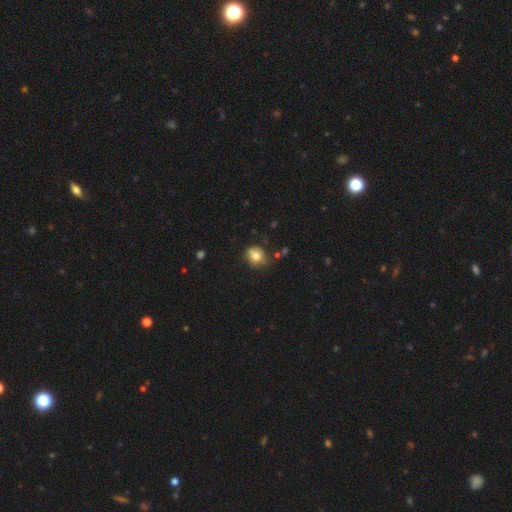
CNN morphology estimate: smooth 78%, featured or disk 13%, star or artifact 10%. Down the decision tree: how rounded — round (62%); merging — none (61%).